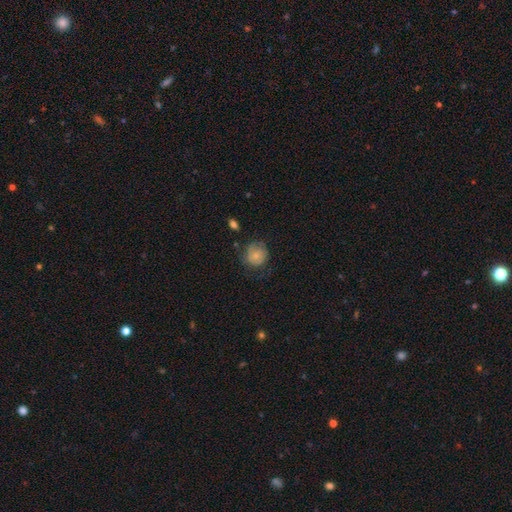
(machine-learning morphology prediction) Smooth or featured?
  - smooth: 65% *
  - featured or disk: 27%
  - star or artifact: 8%
How rounded?
  - round: 81% *
  - in between: 18%
  - cigar-shaped: 1%
Merging?
  - none: 59% *
  - minor disturbance: 27%
  - major disturbance: 12%
  - merger: 2%